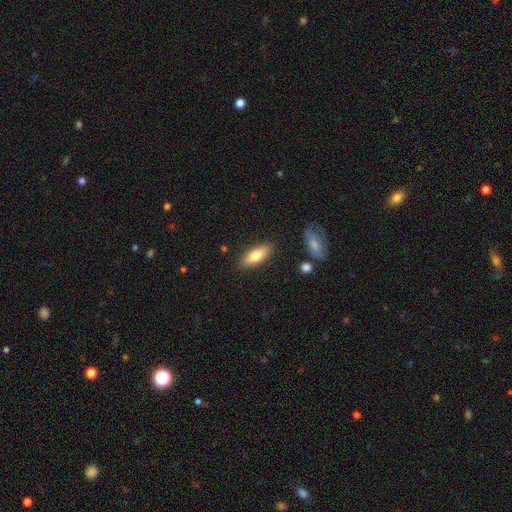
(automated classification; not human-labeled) This is likely a smooth galaxy (75%). How rounded: likely in between (64%). Merging: clearly none (85%).